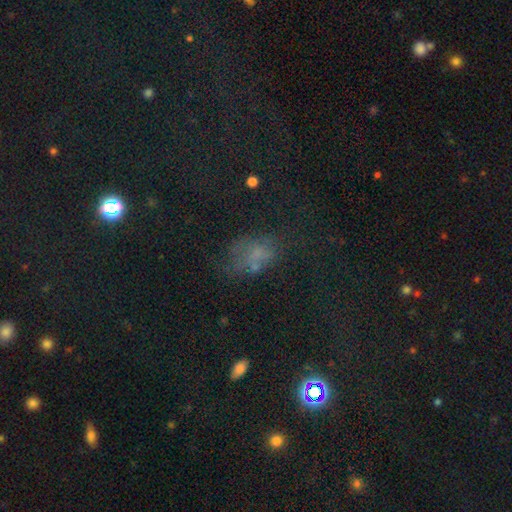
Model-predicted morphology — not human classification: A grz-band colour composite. It shows a smooth galaxy with no disk features (48%). Merging: none (41%).